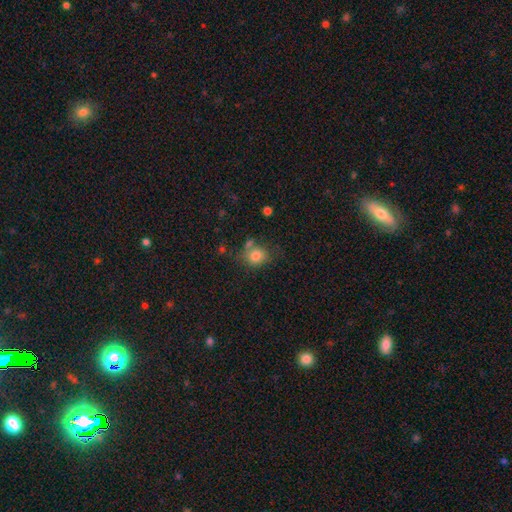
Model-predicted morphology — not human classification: A smooth galaxy with no disk features (80%) that is round (61%).

Vote fractions:
- Smooth or featured? smooth: 80% / star or artifact: 11% / featured or disk: 10%
- How rounded? round: 61% / in between: 38% / cigar-shaped: 1%
- Merging? none: 55% / minor disturbance: 21% / merger: 16% / major disturbance: 8%